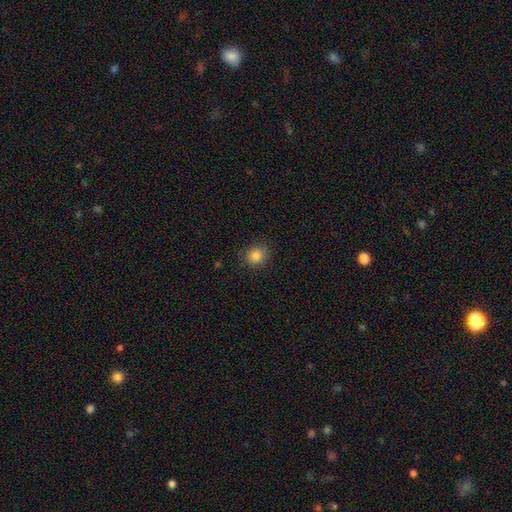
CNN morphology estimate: Q: Smooth or featured?
A: smooth (84%); runner-up: star or artifact (11%)
Q: How rounded?
A: round (82%); runner-up: in between (17%)
Q: Merging?
A: none (83%); runner-up: minor disturbance (13%)